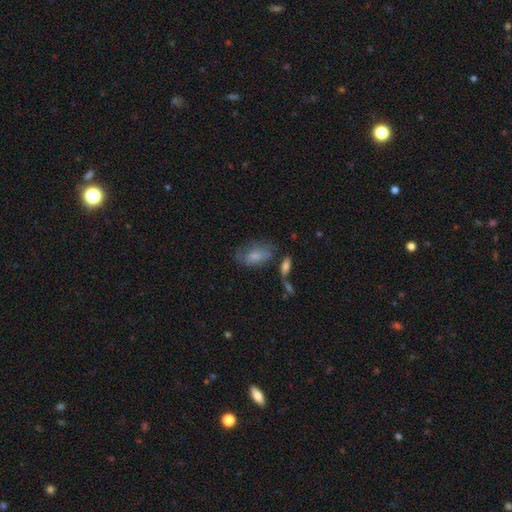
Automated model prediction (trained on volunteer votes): Morphology: type=smooth (73%); roundness=in between (89%); merging=none (49%).